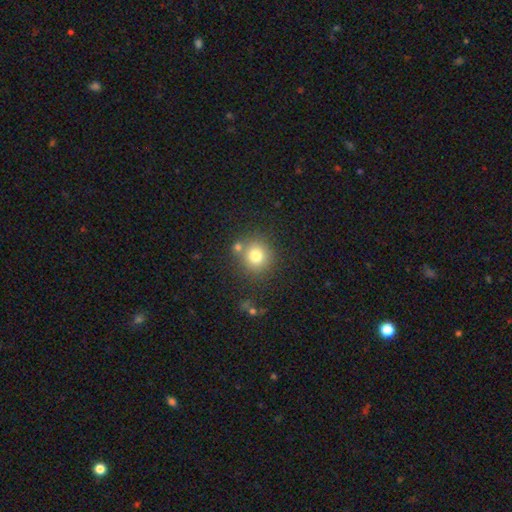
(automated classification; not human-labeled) Smooth or featured? smooth (78%)
How rounded? round (89%)
Merging? none (74%)